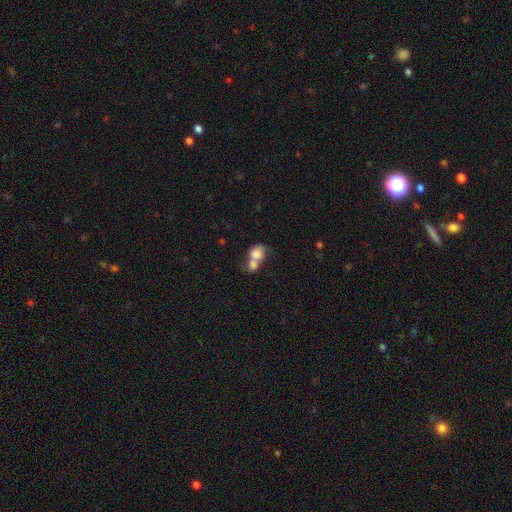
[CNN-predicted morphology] A smooth galaxy with no disk features (75%) that is in between round and cigar-shaped (50%).

Vote fractions:
- Smooth or featured? smooth: 75% / featured or disk: 17% / star or artifact: 9%
- How rounded? in between: 50% / round: 48% / cigar-shaped: 1%
- Merging? merger: 73% / none: 15% / minor disturbance: 6% / major disturbance: 6%